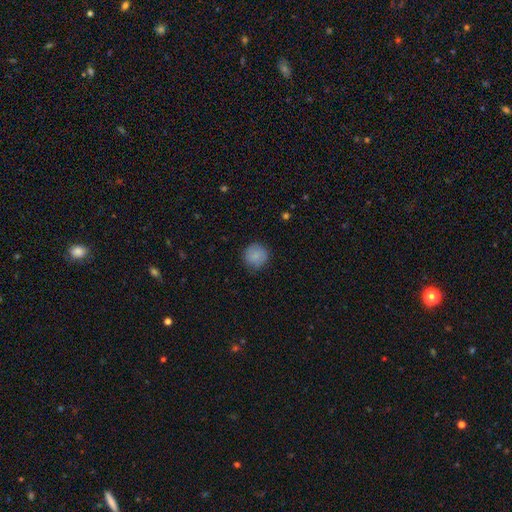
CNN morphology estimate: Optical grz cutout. It shows a smooth galaxy with no disk features (86%) that is round (93%). Merging: none (82%).